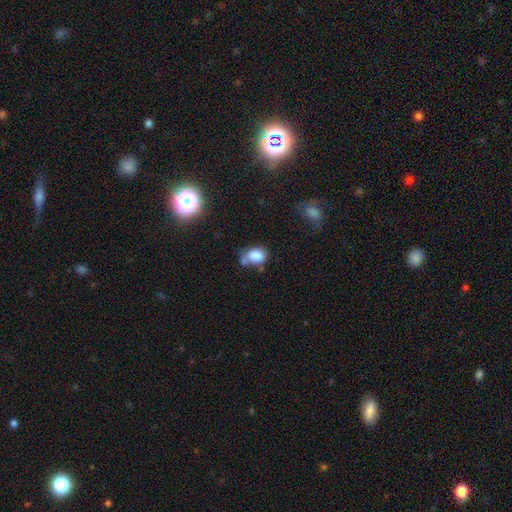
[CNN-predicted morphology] smooth_or_featured: smooth (p=0.81) [alt: star or artifact p=0.11]
how_rounded: in between (p=0.64) [alt: round p=0.35]
merging: none (p=0.44) [alt: merger p=0.25]